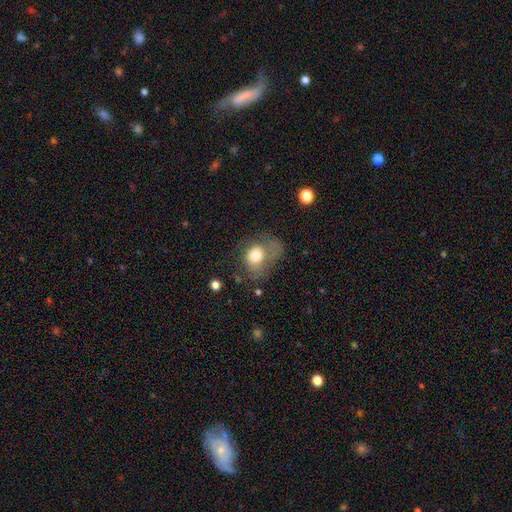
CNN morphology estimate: type=smooth (68%); roundness=in between (50%); merging=major disturbance (37%).